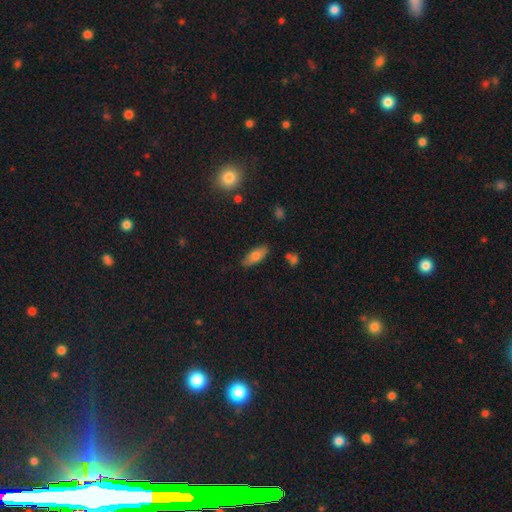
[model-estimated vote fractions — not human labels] Morphology: type=smooth (75%); roundness=in between (74%); merging=none (82%).